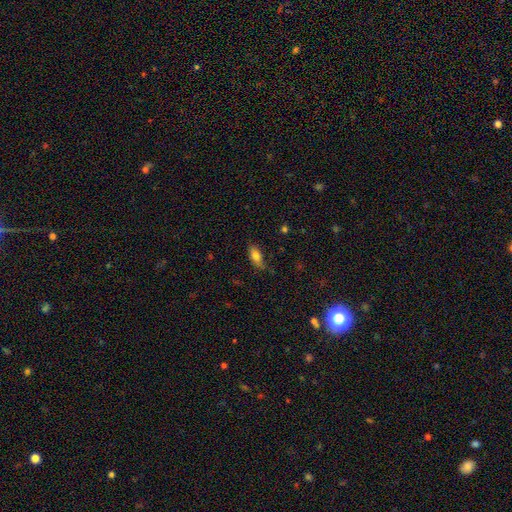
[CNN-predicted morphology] The model was most divided on "merging": none: 70%, minor disturbance: 23%, major disturbance: 5%, merger: 2%. More confident: how rounded — in between (81%); smooth or featured — smooth (77%).